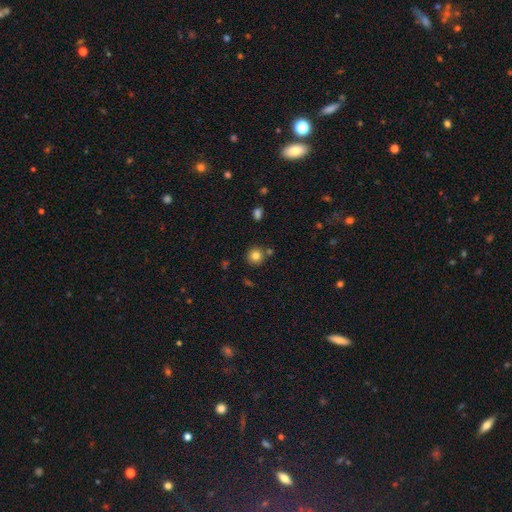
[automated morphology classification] Overall: smooth (81%). How rounded: round (93%). Merging: none (82%).